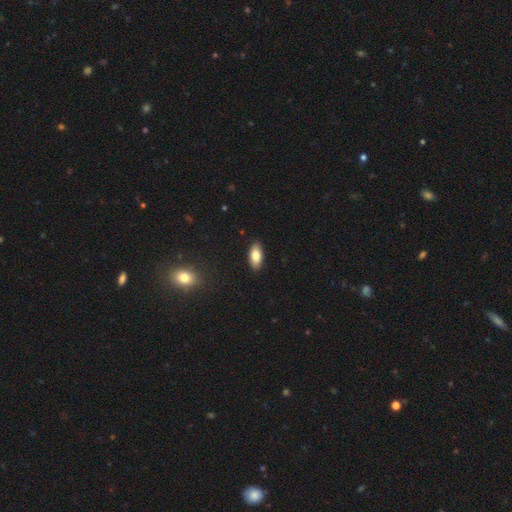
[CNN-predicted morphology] A smooth galaxy with no disk features (81%) that is in between round and cigar-shaped (88%).

Vote fractions:
- Smooth or featured? smooth: 81% / featured or disk: 12% / star or artifact: 7%
- How rounded? in between: 88% / cigar-shaped: 9% / round: 2%
- Merging? none: 89% / minor disturbance: 8% / major disturbance: 2% / merger: 1%